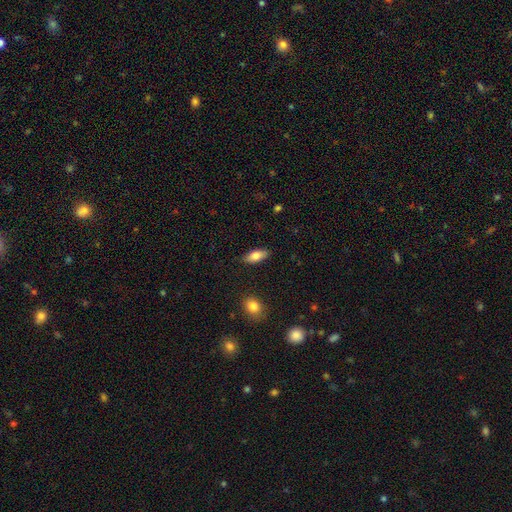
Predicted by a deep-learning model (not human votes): Overall: smooth (80%). How rounded: in between (83%). Merging: none (87%).